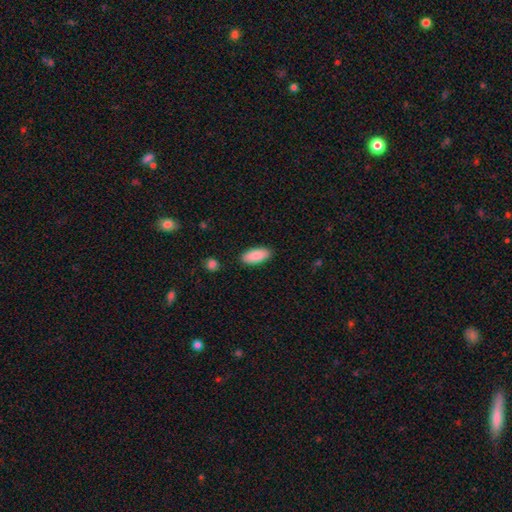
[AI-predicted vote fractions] smooth-or-featured: smooth: 90% | star or artifact: 6% | featured or disk: 4%
  how-rounded: in between: 90% | cigar-shaped: 8% | round: 2%
  merging: none: 89% | minor disturbance: 8% | major disturbance: 2% | merger: 1%